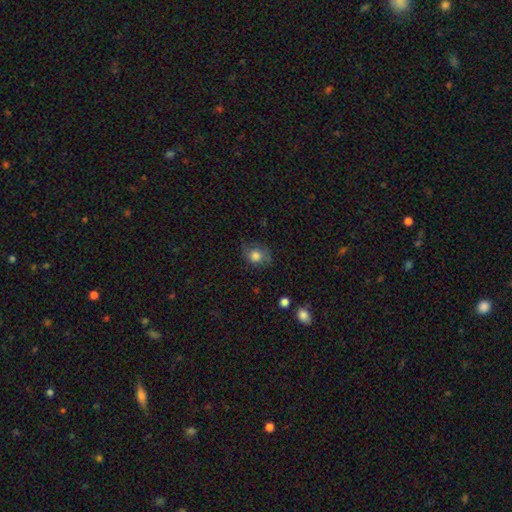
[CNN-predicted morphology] This appears to be a smooth galaxy with no disk features (77%) that is round (64%). Merging: none (61%).